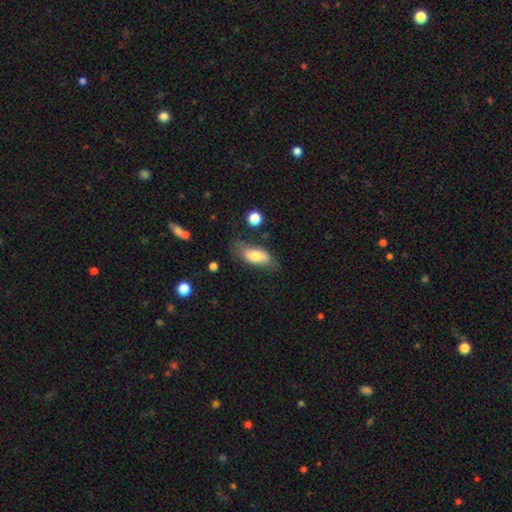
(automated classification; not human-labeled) Smooth or featured? smooth (73%)
How rounded? in between (82%)
Merging? none (61%)